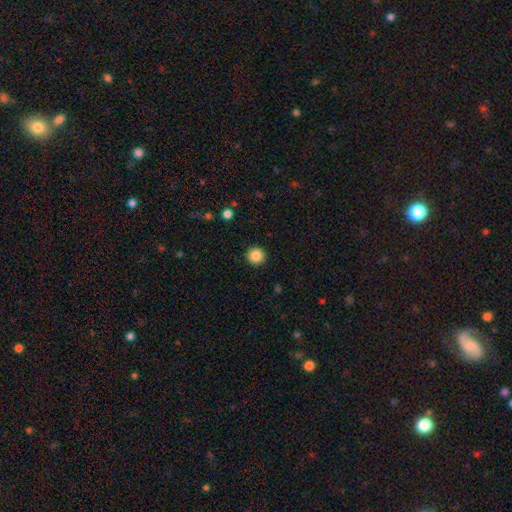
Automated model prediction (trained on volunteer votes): smooth_or_featured: smooth (p=0.86) [alt: star or artifact p=0.10]
how_rounded: round (p=0.94) [alt: in between p=0.05]
merging: none (p=0.92) [alt: minor disturbance p=0.05]